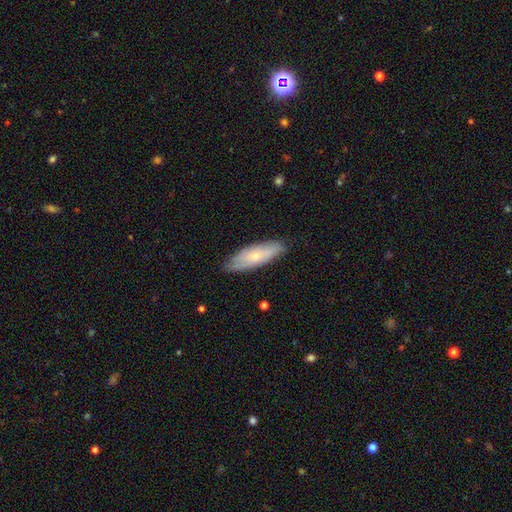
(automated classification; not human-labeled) A smooth galaxy with no disk features (55%) that is in between round and cigar-shaped (57%). Merging: none (77%).